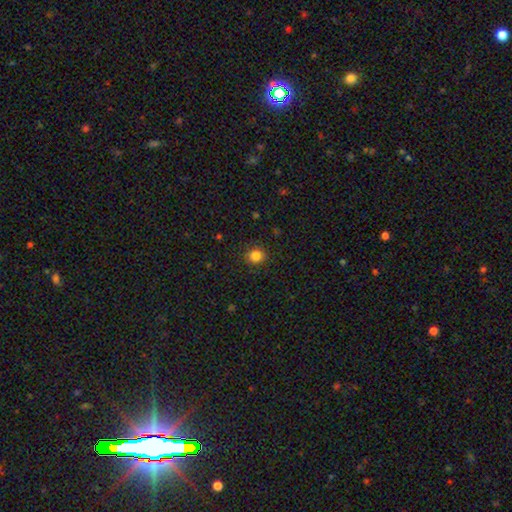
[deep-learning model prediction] Smooth or featured: smooth — 84% (star or artifact — 12%)
How rounded: round — 87% (in between — 12%)
Merging: none — 89% (minor disturbance — 7%)